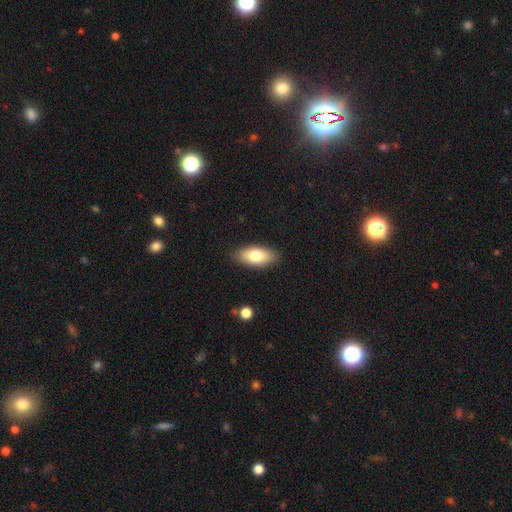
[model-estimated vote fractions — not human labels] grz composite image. It shows a smooth galaxy with no disk features (74%) that is in between round and cigar-shaped (86%). Merging: none (86%).